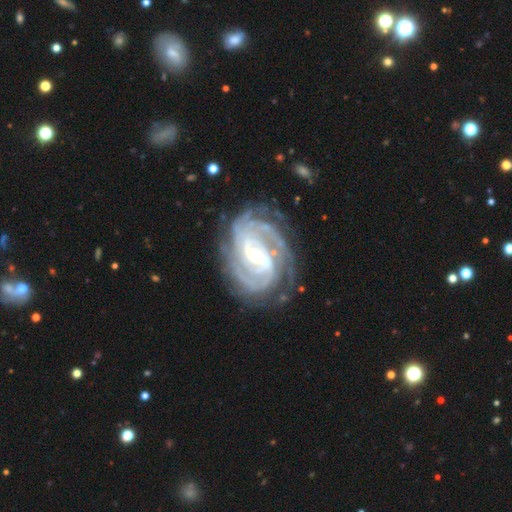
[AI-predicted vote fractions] Smooth or featured?
  - featured or disk: 93% *
  - star or artifact: 4%
  - smooth: 3%
Edge-on disk?
  - no: 97% *
  - yes: 3%
Bar?
  - weak: 43% *
  - no: 29%
  - strong: 29%
Spiral arms?
  - yes: 98% *
  - no: 2%
Spiral winding?
  - tight: 75% *
  - medium: 22%
  - loose: 3%
Spiral arm count?
  - 3: 25% *
  - 4: 21%
  - 2: 20%
  - can't tell: 18%
  - more than 4: 9%
  - 1: 7%
Bulge size?
  - moderate: 48% * (tied)
  - small: 48% * (tied)
  - large: 2%
  - none: 1%
  - dominant: 1%
Merging?
  - none: 74% *
  - minor disturbance: 18%
  - major disturbance: 7%
  - merger: 2%